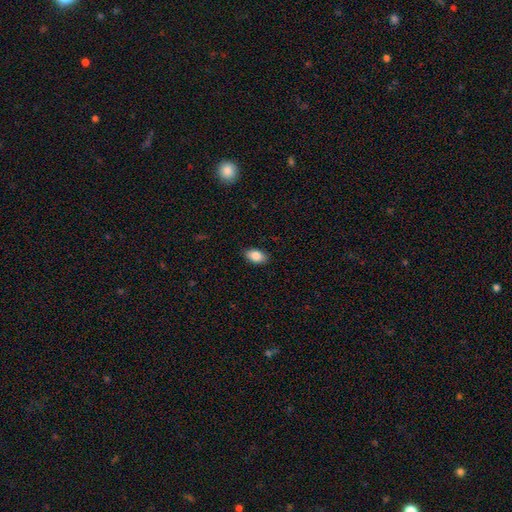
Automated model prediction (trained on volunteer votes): Smooth or featured? smooth (86%)
How rounded? in between (91%)
Merging? none (87%)